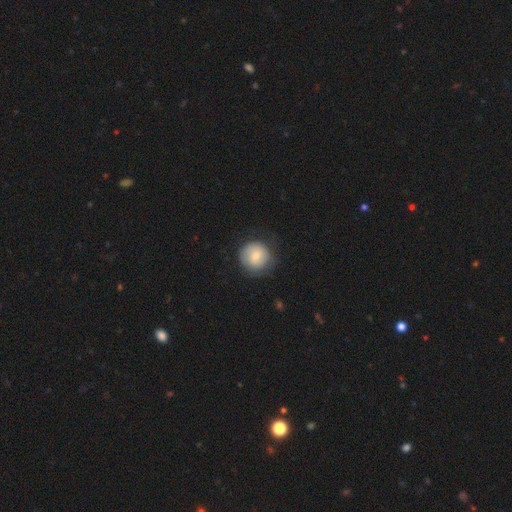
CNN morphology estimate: Smooth or featured? Predicted: smooth (p=0.71). How rounded? Predicted: round (p=0.92). Merging? Predicted: none (p=0.71).